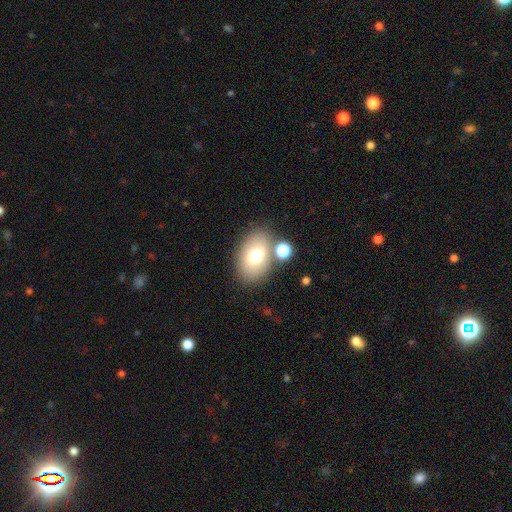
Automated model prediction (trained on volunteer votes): Smooth or featured?
  - smooth: 71% *
  - featured or disk: 20%
  - star or artifact: 10%
How rounded?
  - in between: 85% *
  - round: 14%
  - cigar-shaped: 1%
Merging?
  - none: 73% *
  - minor disturbance: 12%
  - merger: 11%
  - major disturbance: 4%